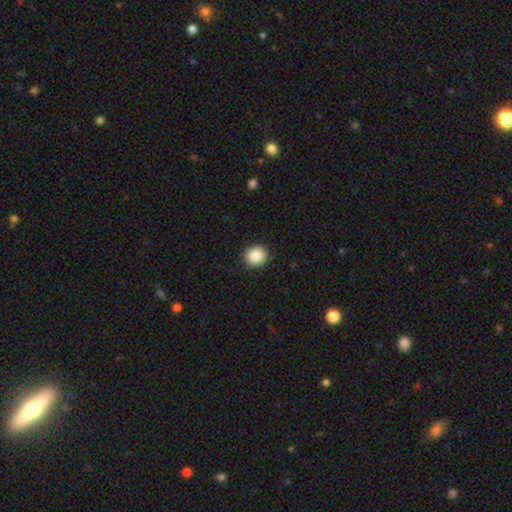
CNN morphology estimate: The model was most divided on "how rounded": round: 84%, in between: 15%, cigar-shaped: 1%. More confident: merging — none (91%); smooth or featured — smooth (88%).